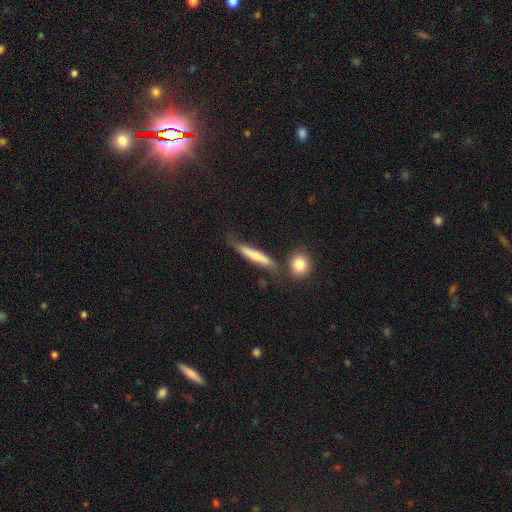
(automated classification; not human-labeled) Q: Smooth or featured?
A: smooth (64%); runner-up: featured or disk (30%)
Q: How rounded?
A: cigar-shaped (87%); runner-up: in between (10%)
Q: Merging?
A: none (57%); runner-up: minor disturbance (24%)